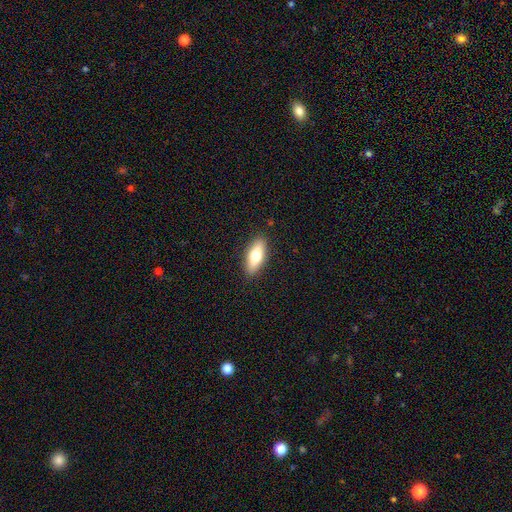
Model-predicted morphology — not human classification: Smooth or featured: smooth — 71% (featured or disk — 23%)
How rounded: in between — 71% (cigar-shaped — 26%)
Merging: none — 89% (minor disturbance — 9%)